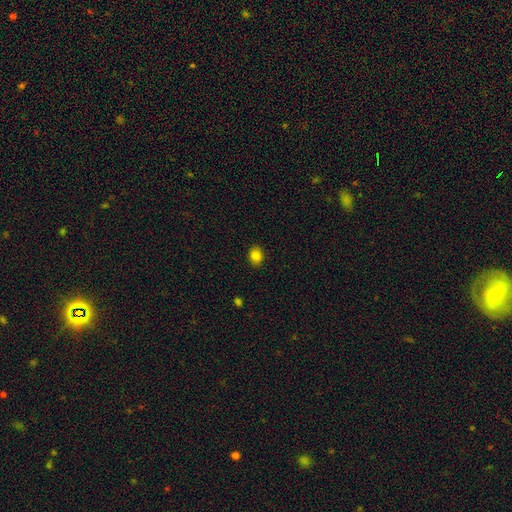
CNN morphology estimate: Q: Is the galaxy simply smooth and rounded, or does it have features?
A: smooth — 83%.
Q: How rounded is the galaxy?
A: in between — 54%.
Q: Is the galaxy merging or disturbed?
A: none — 88%.